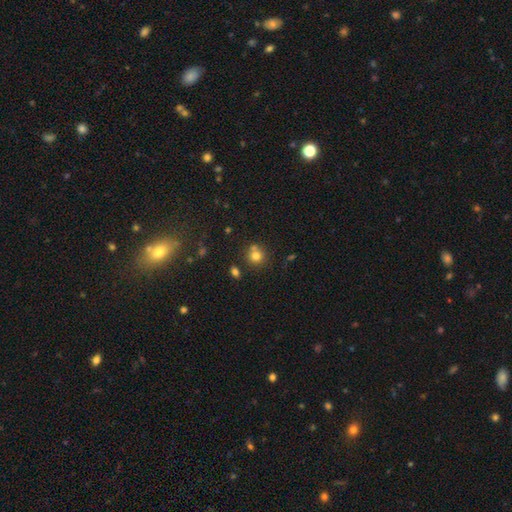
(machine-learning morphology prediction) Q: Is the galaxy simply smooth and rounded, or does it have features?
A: smooth — 76%.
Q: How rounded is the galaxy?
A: round — 85%.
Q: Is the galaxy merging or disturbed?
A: none — 61%.